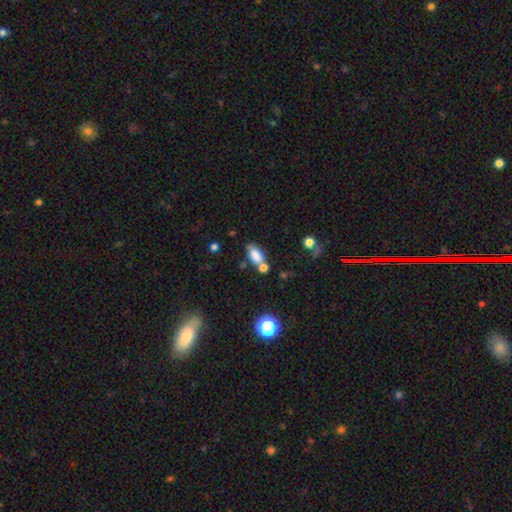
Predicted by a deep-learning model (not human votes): Q: Smooth or featured?
A: smooth (78%); runner-up: featured or disk (12%)
Q: How rounded?
A: in between (87%); runner-up: round (7%)
Q: Merging?
A: none (49%); runner-up: merger (30%)